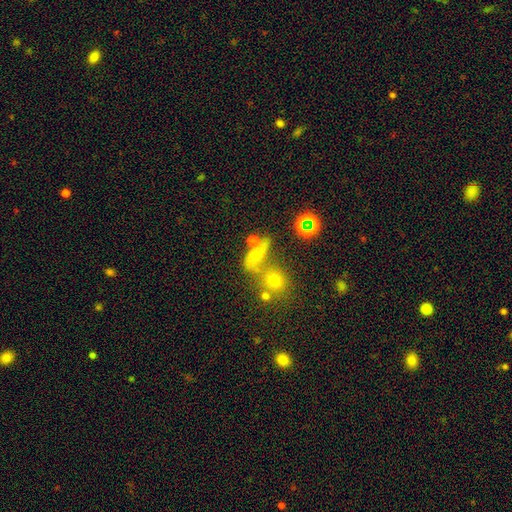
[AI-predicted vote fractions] Q: Smooth or featured?
A: smooth (42%); runner-up: featured or disk (32%)
Q: Merging?
A: merger (40%); runner-up: none (34%)